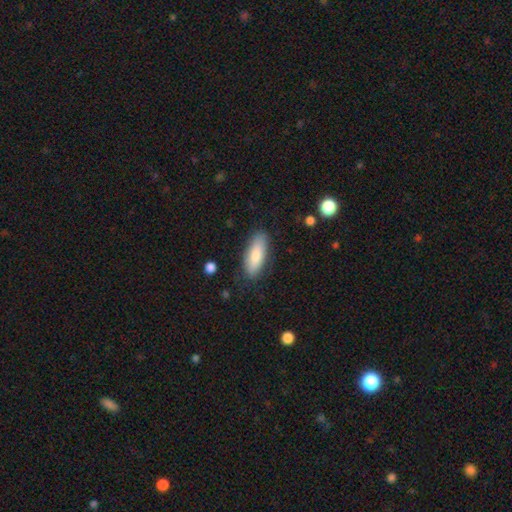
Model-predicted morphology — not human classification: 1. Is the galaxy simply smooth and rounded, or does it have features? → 80% smooth, 14% featured or disk, 6% star or artifact.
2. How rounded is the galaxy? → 73% in between, 25% cigar-shaped, 2% round.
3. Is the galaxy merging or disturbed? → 83% none, 12% minor disturbance, 3% major disturbance, 1% merger.